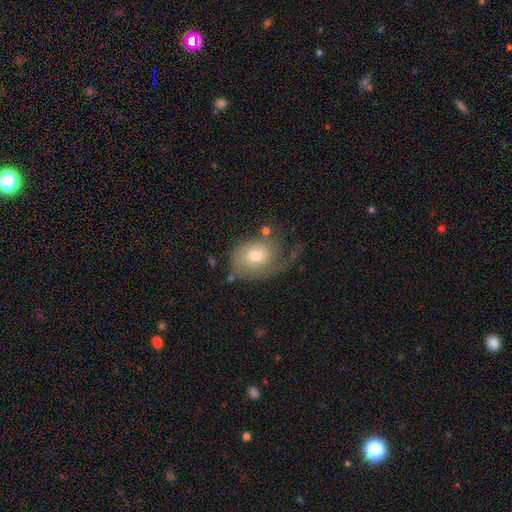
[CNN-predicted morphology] Smooth or featured? smooth (47%)
Merging? none (39%)